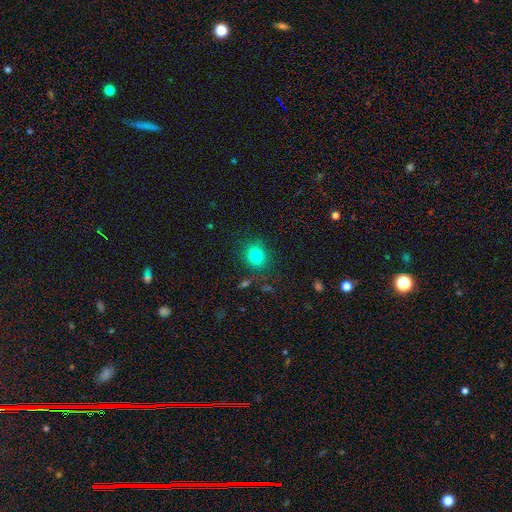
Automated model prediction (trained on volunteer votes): smooth_or_featured: smooth (p=0.82) [alt: star or artifact p=0.12]
how_rounded: round (p=0.71) [alt: in between p=0.28]
merging: none (p=0.85) [alt: minor disturbance p=0.10]